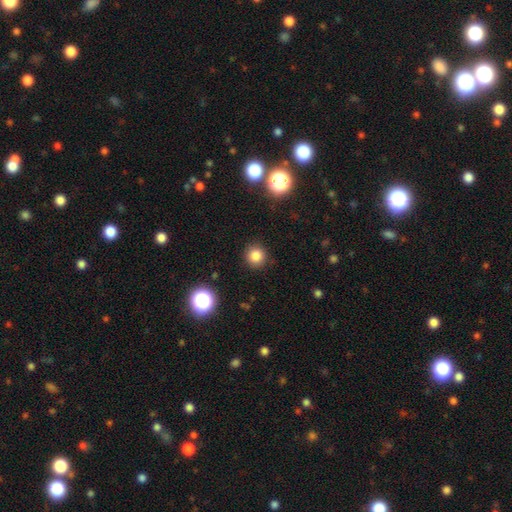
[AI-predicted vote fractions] Morphology: type=smooth (81%); roundness=round (93%); merging=none (90%).